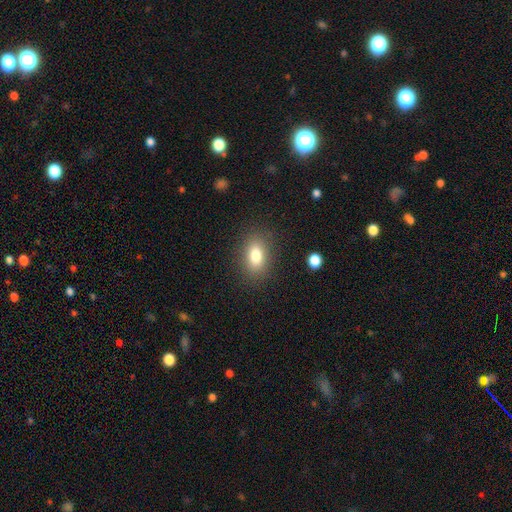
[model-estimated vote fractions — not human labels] Morphology: type=smooth (81%); roundness=in between (80%); merging=none (86%).